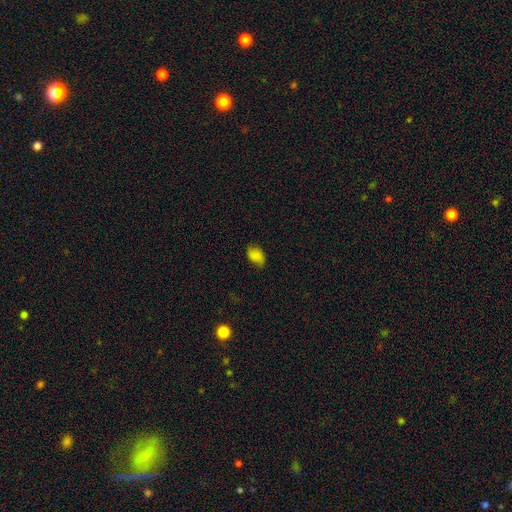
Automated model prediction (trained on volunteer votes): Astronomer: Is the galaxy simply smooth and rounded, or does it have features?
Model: smooth — 81%.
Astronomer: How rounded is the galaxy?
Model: in between — 86%.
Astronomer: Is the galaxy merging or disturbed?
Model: none — 73%.